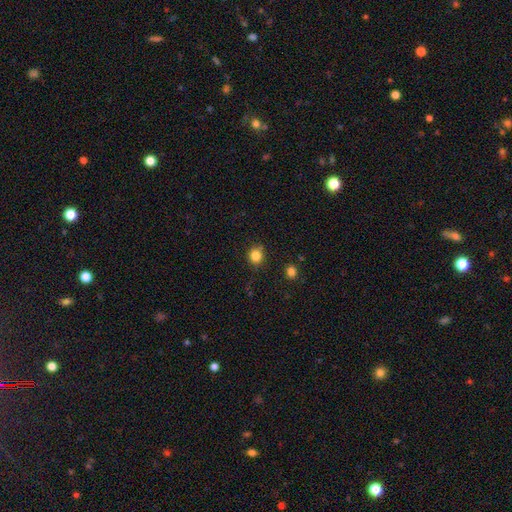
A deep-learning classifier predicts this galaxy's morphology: type=smooth (83%); roundness=round (83%); merging=none (83%).